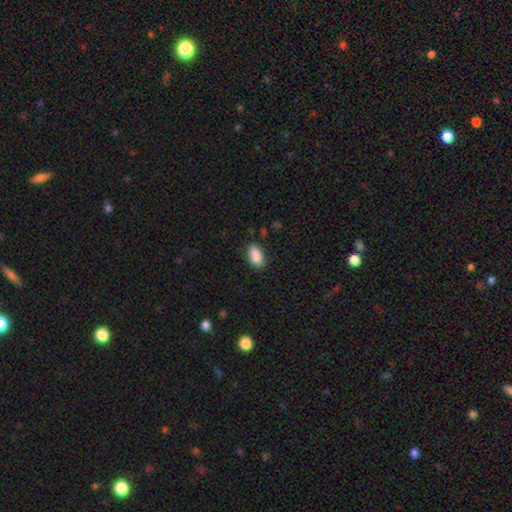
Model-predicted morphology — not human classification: This is clearly a smooth galaxy (89%). How rounded: clearly in between (92%). Merging: clearly none (80%).